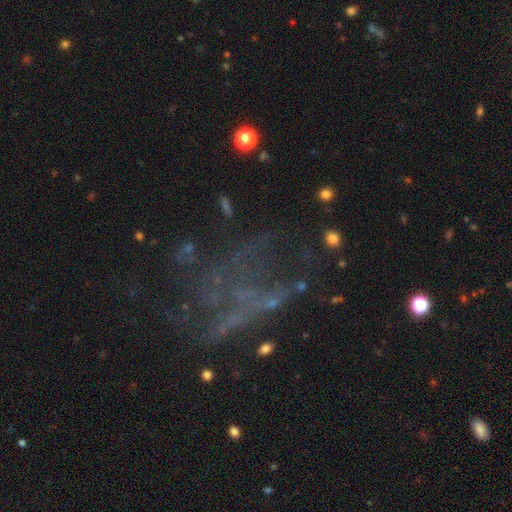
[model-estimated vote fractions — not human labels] smooth-or-featured: featured or disk: 48% | star or artifact: 37% | smooth: 15%
  merging: none: 47% | major disturbance: 34% | minor disturbance: 14% | merger: 5%